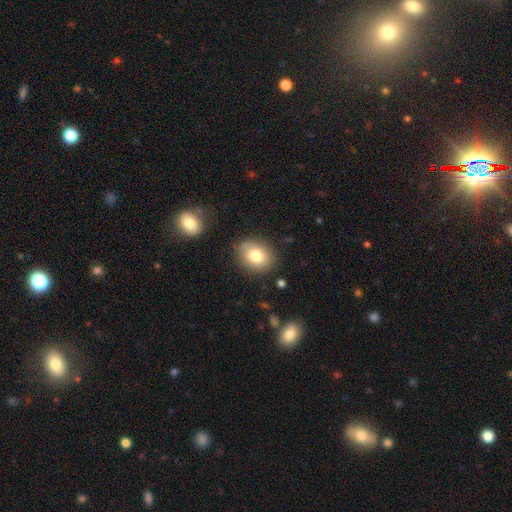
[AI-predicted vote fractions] This appears to be a smooth galaxy with no disk features (79%) that is round (57%). Merging: none (80%).